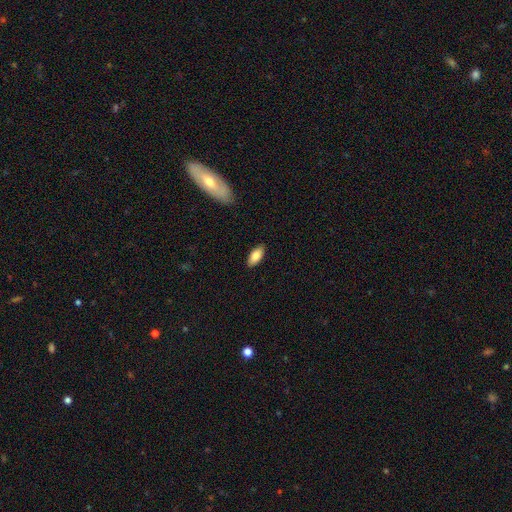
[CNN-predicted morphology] smooth-or-featured: smooth: 85% | featured or disk: 9% | star or artifact: 6%
  how-rounded: in between: 88% | cigar-shaped: 10% | round: 2%
  merging: none: 88% | minor disturbance: 9% | major disturbance: 2% | merger: 1%